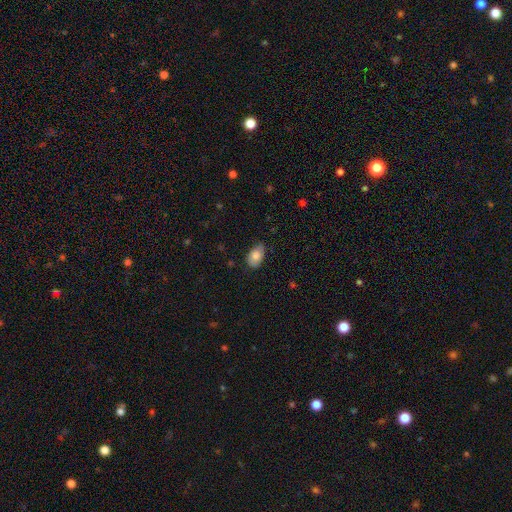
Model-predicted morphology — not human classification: This is likely a smooth galaxy (75%). How rounded: clearly in between (87%). Merging: likely none (69%).